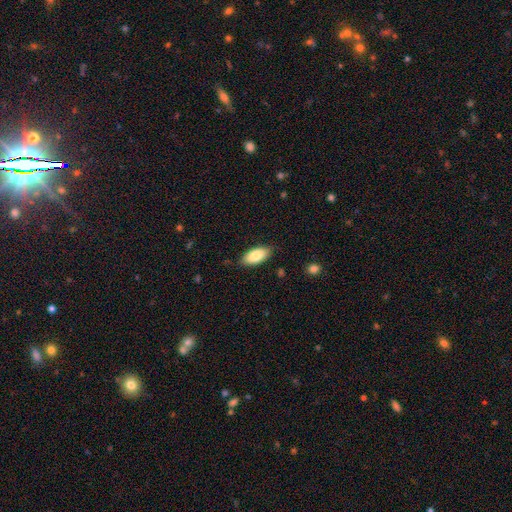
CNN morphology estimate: smooth 84%, featured or disk 10%, star or artifact 6%. Down the decision tree: how rounded — in between (92%); merging — none (84%).